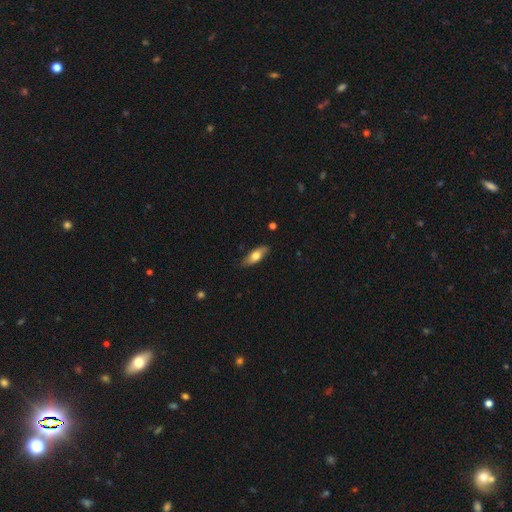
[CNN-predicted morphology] This appears to be a smooth galaxy with no disk features (65%) that is in between round and cigar-shaped (66%). Merging: none (83%).